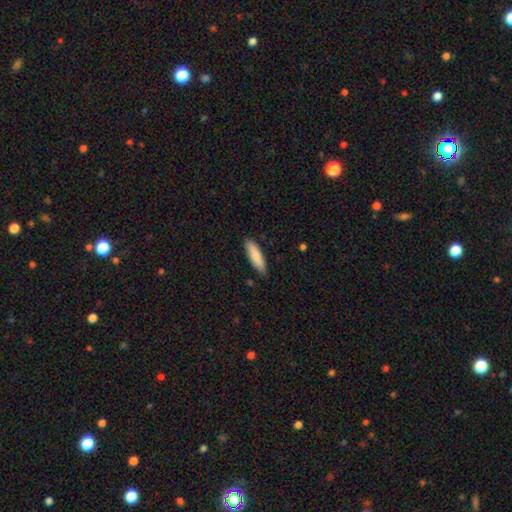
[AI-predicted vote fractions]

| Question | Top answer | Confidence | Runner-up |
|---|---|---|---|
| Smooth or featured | smooth | 86% | featured or disk (8%) |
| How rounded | cigar-shaped | 60% | in between (39%) |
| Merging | none | 85% | minor disturbance (12%) |